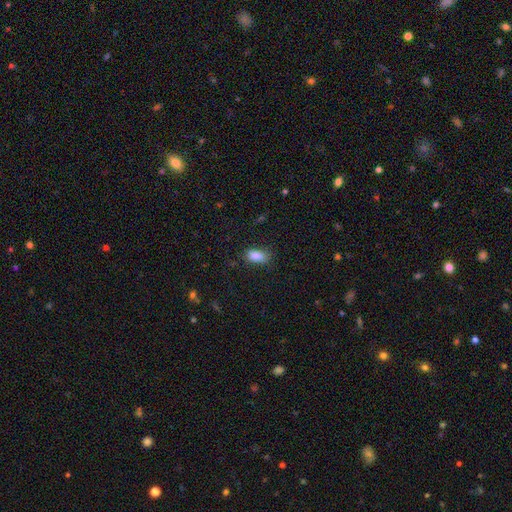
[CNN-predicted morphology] type=smooth (87%); roundness=in between (89%); merging=none (76%).